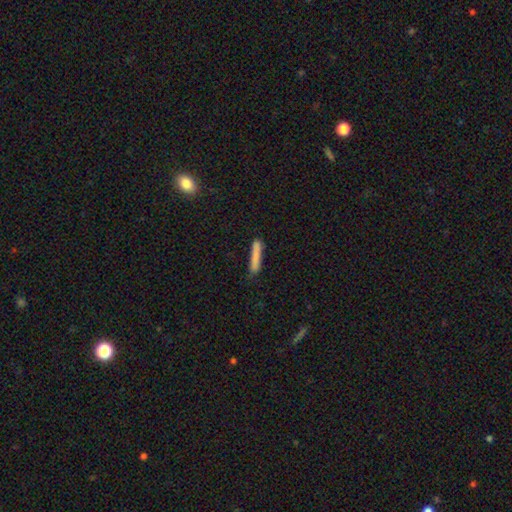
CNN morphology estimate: Smooth or featured?
  - smooth: 82% *
  - featured or disk: 11%
  - star or artifact: 7%
How rounded?
  - cigar-shaped: 93% *
  - in between: 5%
  - round: 1%
Merging?
  - none: 79% *
  - minor disturbance: 15%
  - major disturbance: 3%
  - merger: 3%